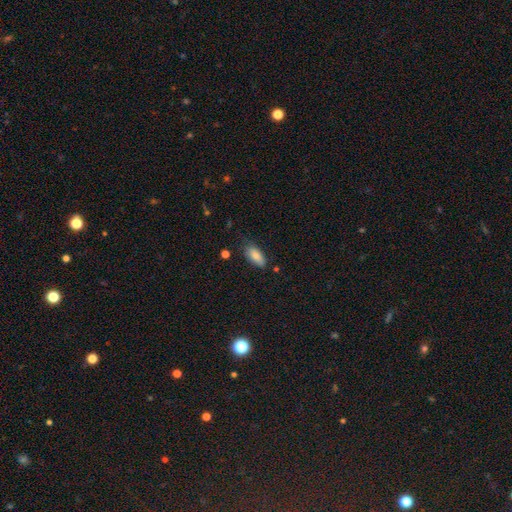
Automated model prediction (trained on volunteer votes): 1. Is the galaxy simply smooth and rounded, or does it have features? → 83% smooth, 10% featured or disk, 7% star or artifact.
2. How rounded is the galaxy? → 88% in between, 9% cigar-shaped, 2% round.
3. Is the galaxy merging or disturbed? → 69% none, 24% minor disturbance, 4% major disturbance, 2% merger.